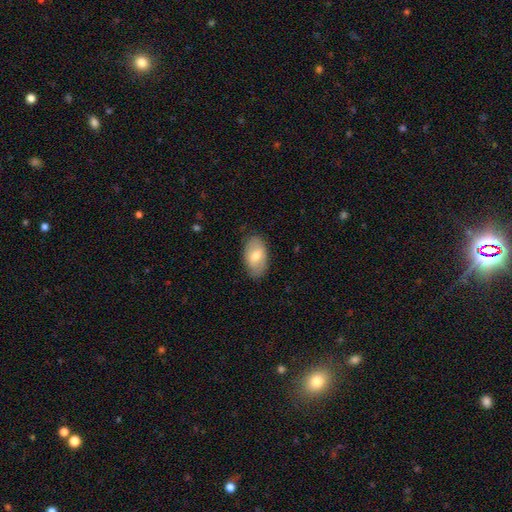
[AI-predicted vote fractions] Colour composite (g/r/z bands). It shows a smooth galaxy with no disk features (69%) that is in between round and cigar-shaped (93%). Merging: none (83%).